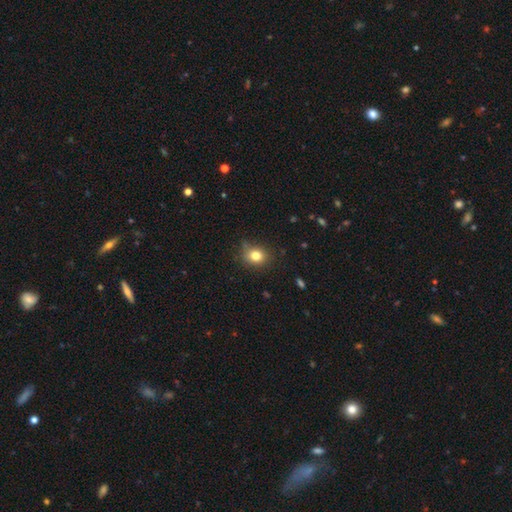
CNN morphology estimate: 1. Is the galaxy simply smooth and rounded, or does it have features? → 80% smooth, 12% star or artifact, 8% featured or disk.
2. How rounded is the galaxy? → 65% round, 34% in between, 1% cigar-shaped.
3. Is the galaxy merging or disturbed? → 79% none, 16% minor disturbance, 4% major disturbance, 2% merger.